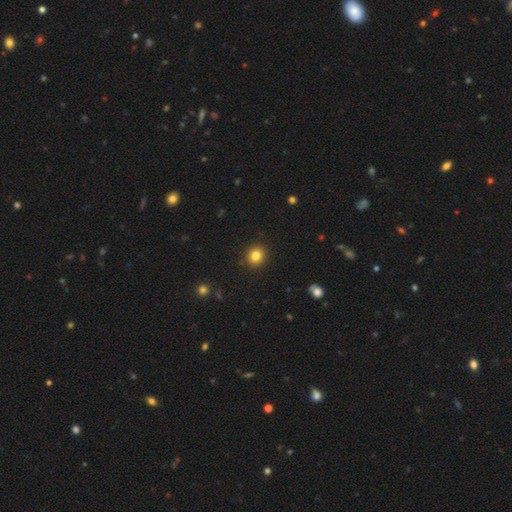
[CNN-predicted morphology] A smooth galaxy with no disk features (83%) that is round (83%).

Vote fractions:
- Smooth or featured? smooth: 83% / star or artifact: 12% / featured or disk: 6%
- How rounded? round: 83% / in between: 16% / cigar-shaped: 1%
- Merging? none: 91% / minor disturbance: 6% / major disturbance: 2% / merger: 1%